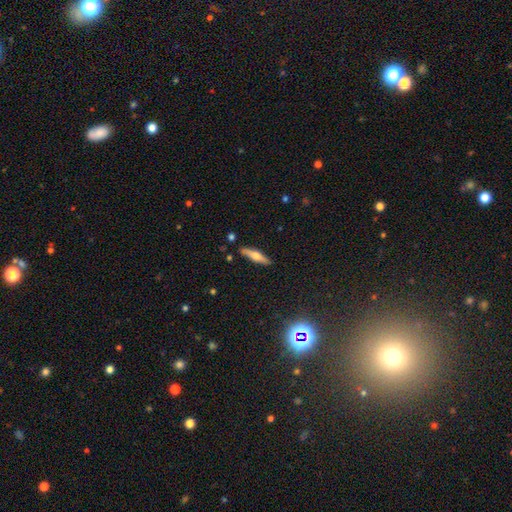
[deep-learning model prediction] smooth-or-featured: featured or disk: 51% | smooth: 42% | star or artifact: 7%
  disk-edge-on: yes: 93% | no: 7%
  merging: none: 88% | minor disturbance: 9% | merger: 2% | major disturbance: 2%